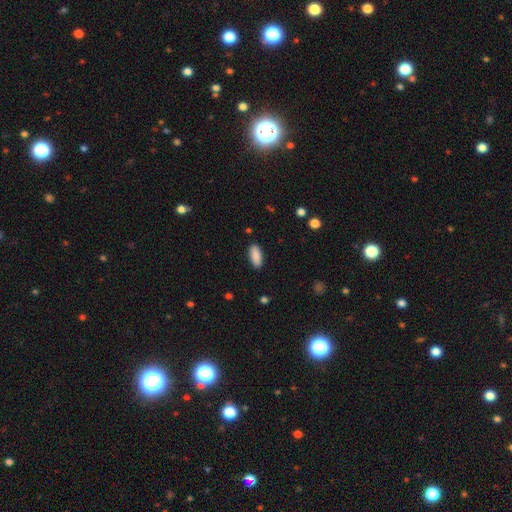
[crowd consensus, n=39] This is clearly a smooth galaxy (87%). How rounded: likely in between (74%). Merging: clearly none (83%).